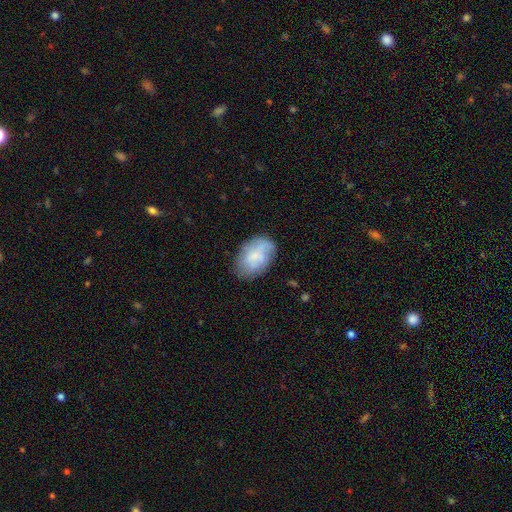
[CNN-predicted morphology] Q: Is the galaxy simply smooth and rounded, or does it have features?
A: smooth — 63%.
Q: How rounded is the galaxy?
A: in between — 88%.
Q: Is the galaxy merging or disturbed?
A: none — 64%.